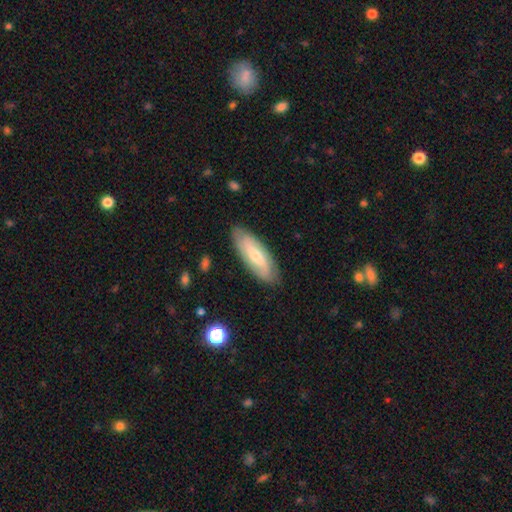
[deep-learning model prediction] This is possibly a featured or disk galaxy (49%). Merging: clearly none (85%).